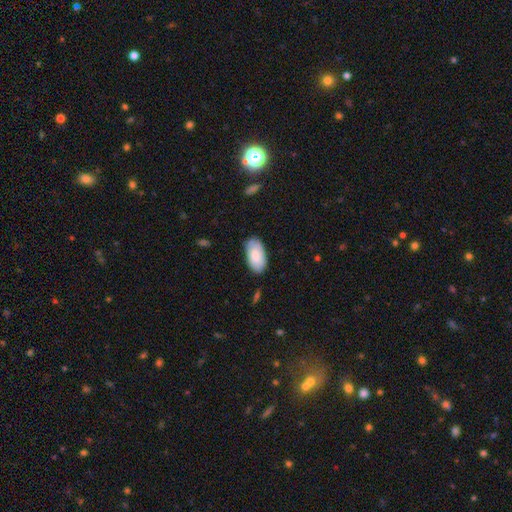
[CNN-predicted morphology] Smooth or featured?
  - smooth: 75% *
  - featured or disk: 19%
  - star or artifact: 6%
How rounded?
  - in between: 95% *
  - cigar-shaped: 3%
  - round: 2%
Merging?
  - none: 79% *
  - minor disturbance: 16%
  - major disturbance: 3%
  - merger: 1%